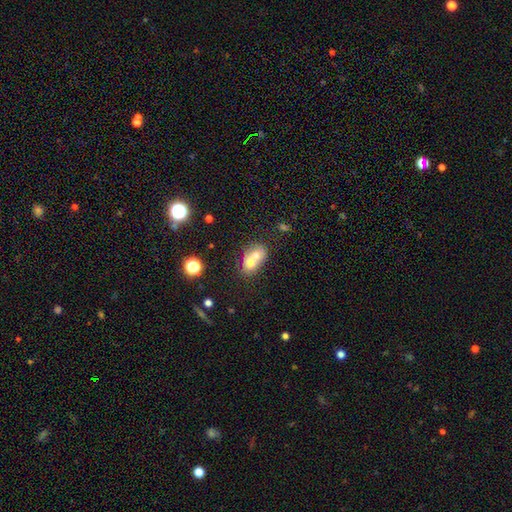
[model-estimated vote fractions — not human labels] smooth 64%, featured or disk 26%, star or artifact 11%. Down the decision tree: how rounded — in between (54%); merging — merger (71%).